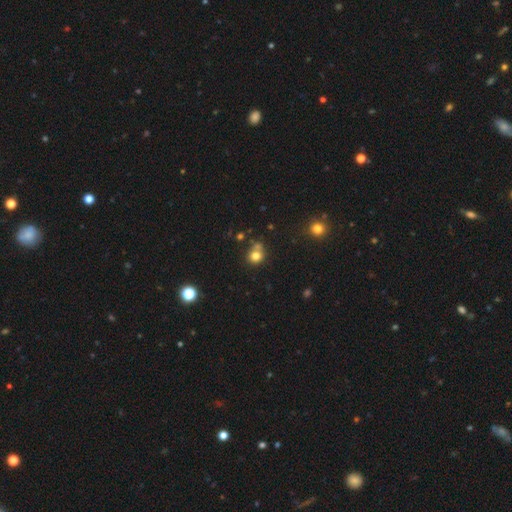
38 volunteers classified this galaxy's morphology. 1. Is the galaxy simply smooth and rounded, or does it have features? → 89% smooth, 8% star or artifact, 3% featured or disk.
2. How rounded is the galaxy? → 85% round, 15% in between, 0% cigar-shaped.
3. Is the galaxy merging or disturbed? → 46% none, 40% merger, 9% minor disturbance, 6% major disturbance.